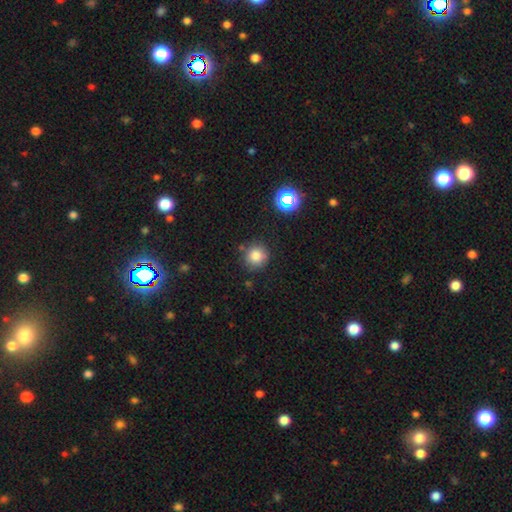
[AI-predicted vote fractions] Smooth or featured? Predicted: smooth (p=0.81). How rounded? Predicted: round (p=0.93). Merging? Predicted: none (p=0.83).